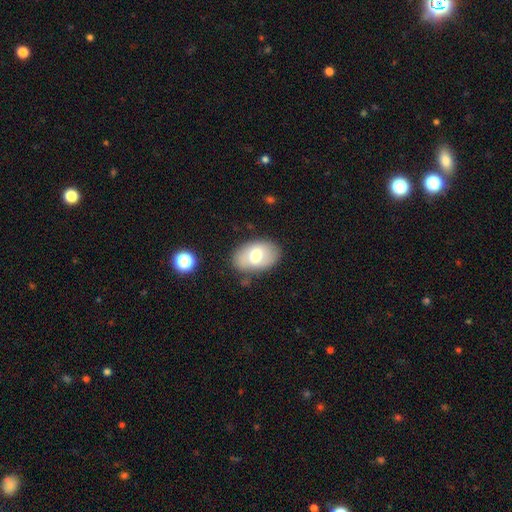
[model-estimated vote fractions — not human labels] Overall: smooth (68%). How rounded: in between (89%). Merging: none (79%).